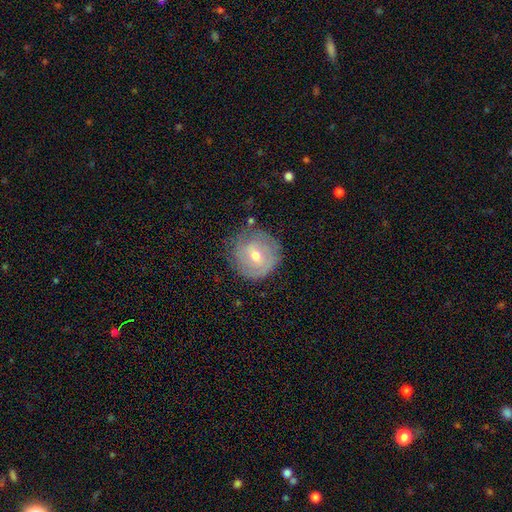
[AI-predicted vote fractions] The model was most divided on "smooth or featured": featured or disk: 49%, smooth: 42%, star or artifact: 9%. More confident: merging — none (72%).